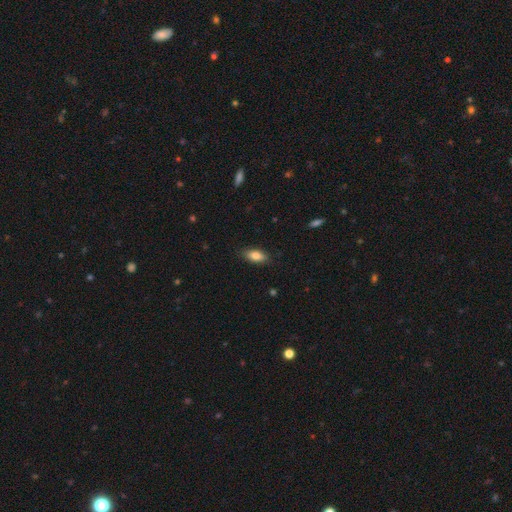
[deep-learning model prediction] A smooth galaxy with no disk features (83%) that is in between round and cigar-shaped (84%).

Vote fractions:
- Smooth or featured? smooth: 83% / featured or disk: 10% / star or artifact: 7%
- How rounded? in between: 84% / cigar-shaped: 13% / round: 3%
- Merging? none: 86% / minor disturbance: 11% / major disturbance: 2% / merger: 1%